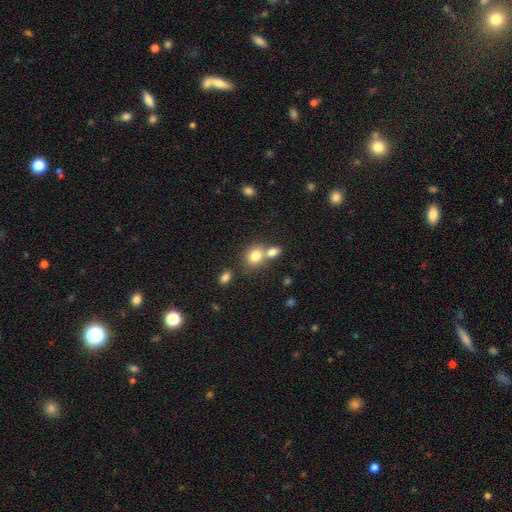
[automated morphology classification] A smooth galaxy with no disk features (79%) that is round (51%). Merging: merger (50%).